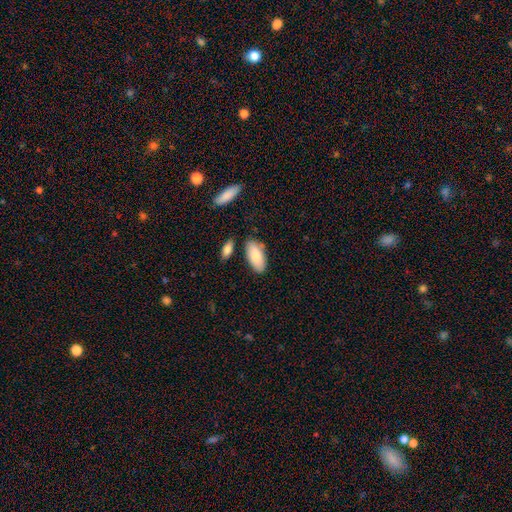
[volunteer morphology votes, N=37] A smooth galaxy with no disk features (97%) that is in between round and cigar-shaped (97%).

Vote fractions:
- Smooth or featured? smooth: 97% / star or artifact: 3% / featured or disk: 0%
- How rounded? in between: 97% / cigar-shaped: 3% / round: 0%
- Merging? none: 72% / minor disturbance: 19% / merger: 6% / major disturbance: 3%